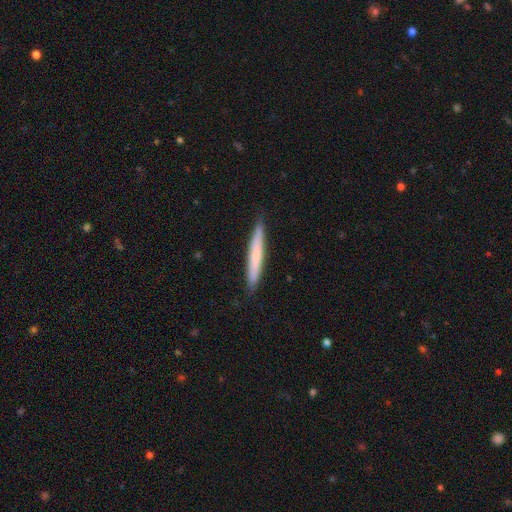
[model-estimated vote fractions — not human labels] Smooth or featured?
  - smooth: 63% *
  - featured or disk: 32%
  - star or artifact: 5%
How rounded?
  - cigar-shaped: 96% *
  - in between: 3%
  - round: 1%
Merging?
  - none: 89% *
  - minor disturbance: 9%
  - major disturbance: 1%
  - merger: 1%